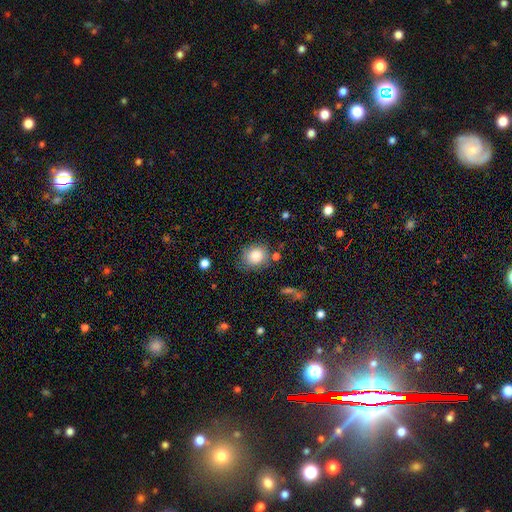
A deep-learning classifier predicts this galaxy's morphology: type=smooth (83%); roundness=round (68%); merging=none (69%).